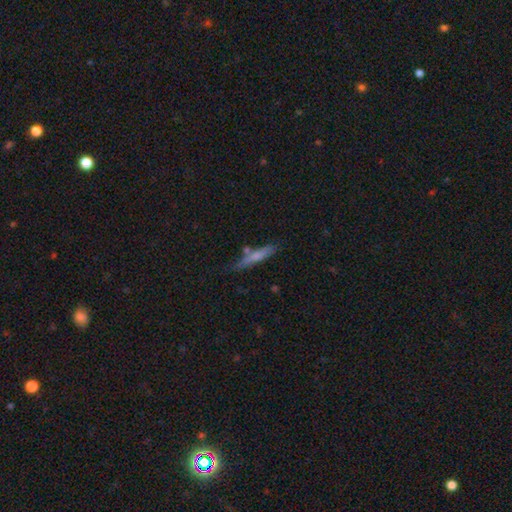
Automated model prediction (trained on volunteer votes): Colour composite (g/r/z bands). It shows a smooth galaxy with no disk features (61%) that is cigar-shaped (90%). Merging: none (68%).